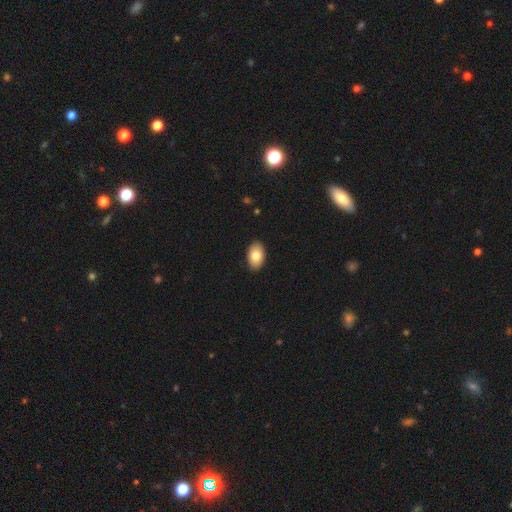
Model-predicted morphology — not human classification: This appears to be a smooth galaxy with no disk features (81%) that is in between round and cigar-shaped (92%). Merging: none (90%).